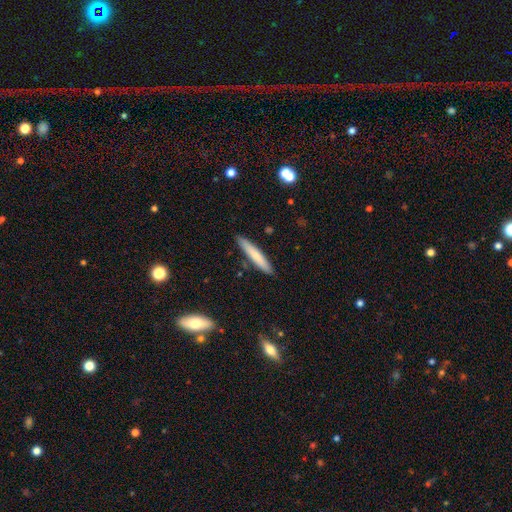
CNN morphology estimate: A smooth galaxy with no disk features (72%) that is cigar-shaped (92%). Merging: none (88%).